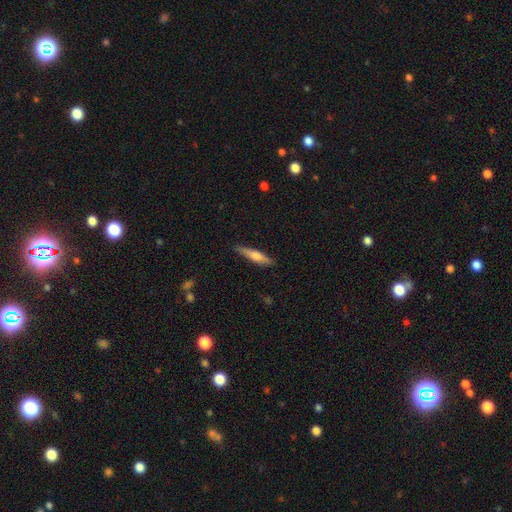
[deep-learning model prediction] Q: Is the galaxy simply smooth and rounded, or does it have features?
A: smooth — 54%.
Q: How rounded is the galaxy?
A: cigar-shaped — 85%.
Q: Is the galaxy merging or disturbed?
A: none — 85%.